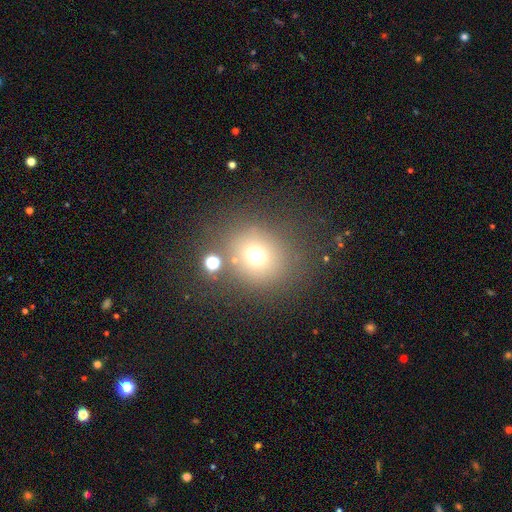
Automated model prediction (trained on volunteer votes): Morphology: type=smooth (68%); roundness=round (83%); merging=none (73%).